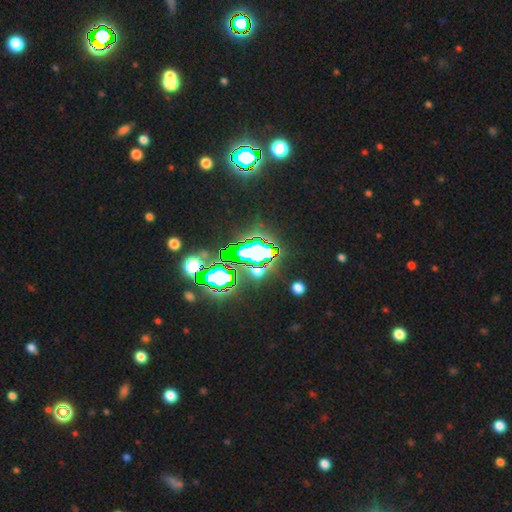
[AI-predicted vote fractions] The model was most divided on "smooth or featured": star or artifact: 81%, smooth: 11%, featured or disk: 8%.